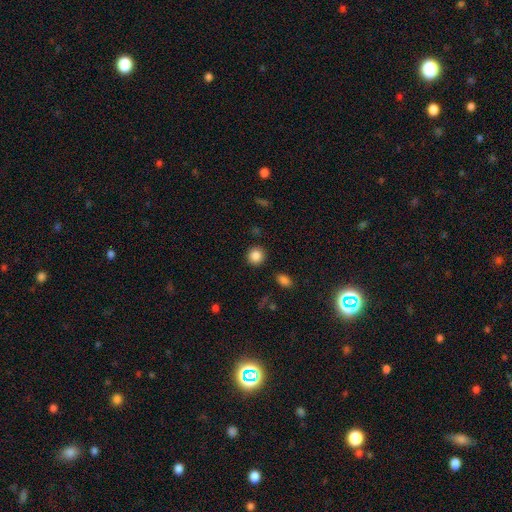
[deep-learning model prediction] Q: Smooth or featured?
A: smooth (86%); runner-up: star or artifact (10%)
Q: How rounded?
A: round (91%); runner-up: in between (8%)
Q: Merging?
A: none (90%); runner-up: minor disturbance (6%)